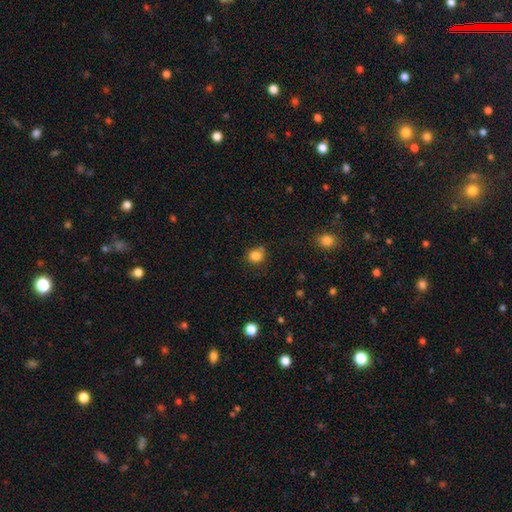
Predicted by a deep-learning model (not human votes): Overall: smooth (83%). How rounded: round (84%). Merging: none (70%).